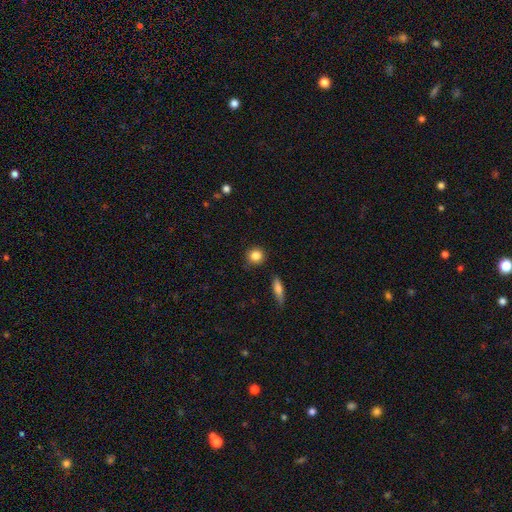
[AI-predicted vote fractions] smooth 85%, star or artifact 9%, featured or disk 6%. Down the decision tree: how rounded — round (89%); merging — none (86%).